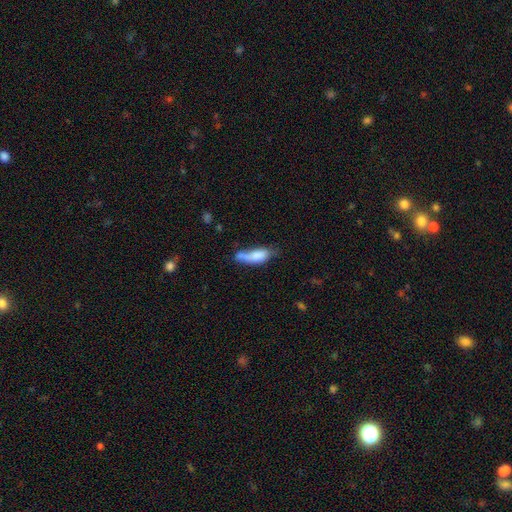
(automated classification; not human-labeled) A smooth galaxy with no disk features (74%) that is in between round and cigar-shaped (58%).

Vote fractions:
- Smooth or featured? smooth: 74% / featured or disk: 18% / star or artifact: 8%
- How rounded? in between: 58% / cigar-shaped: 39% / round: 3%
- Merging? none: 33% / minor disturbance: 28% / merger: 23% / major disturbance: 15%